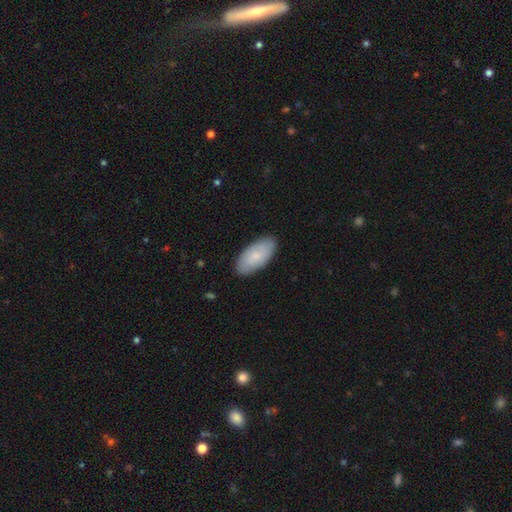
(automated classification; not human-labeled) A smooth galaxy with no disk features (77%) that is in between round and cigar-shaped (93%).

Vote fractions:
- Smooth or featured? smooth: 77% / featured or disk: 17% / star or artifact: 6%
- How rounded? in between: 93% / cigar-shaped: 5% / round: 2%
- Merging? none: 87% / minor disturbance: 10% / major disturbance: 2% / merger: 1%